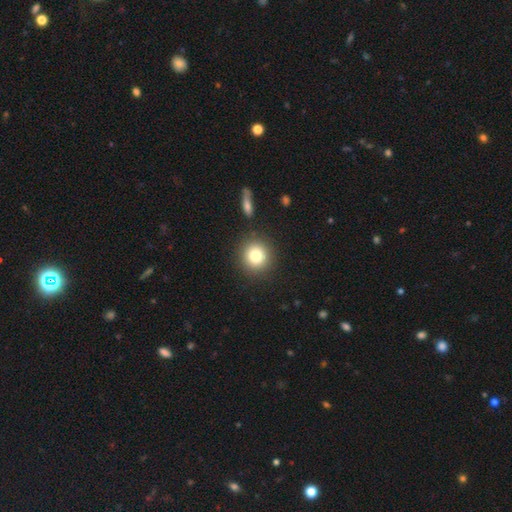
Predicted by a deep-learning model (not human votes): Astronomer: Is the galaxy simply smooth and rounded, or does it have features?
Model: smooth — 81%.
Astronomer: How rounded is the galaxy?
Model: round — 90%.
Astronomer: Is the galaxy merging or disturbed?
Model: none — 86%.